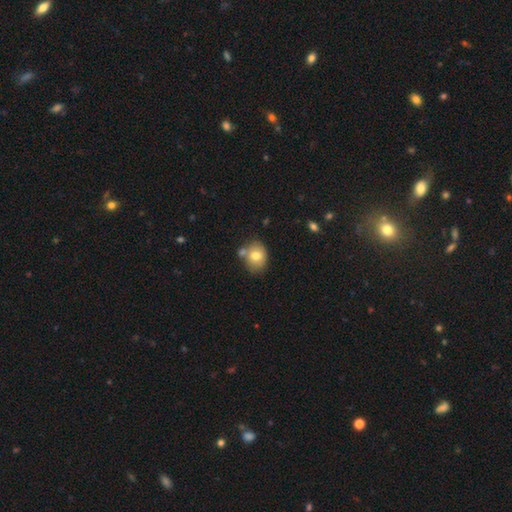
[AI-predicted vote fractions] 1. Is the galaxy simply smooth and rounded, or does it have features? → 74% smooth, 17% featured or disk, 9% star or artifact.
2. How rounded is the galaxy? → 50% round, 49% in between, 1% cigar-shaped.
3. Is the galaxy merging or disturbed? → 59% none, 21% merger, 16% minor disturbance, 4% major disturbance.